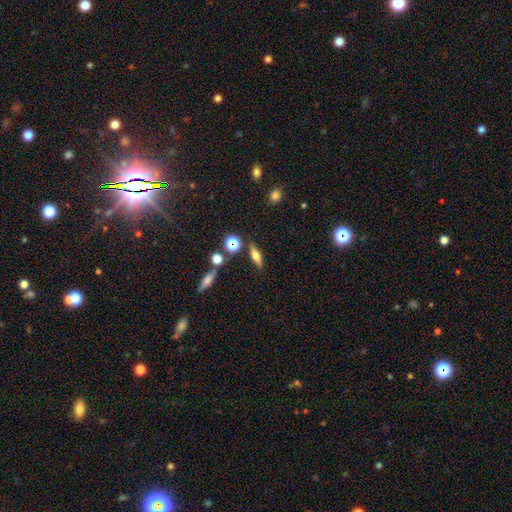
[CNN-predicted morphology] Smooth or featured? Predicted: smooth (p=0.45). Merging? Predicted: none (p=0.80).